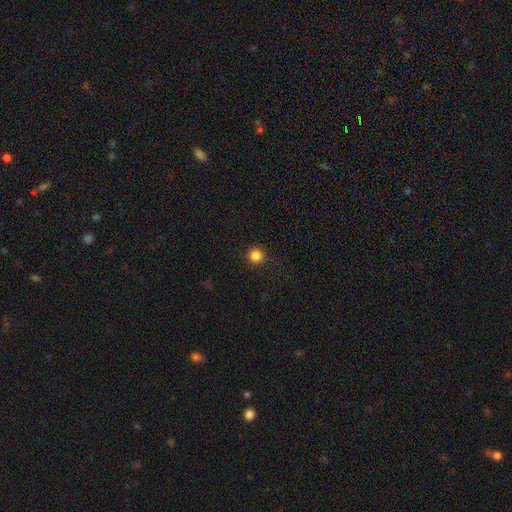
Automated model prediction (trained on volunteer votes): smooth-or-featured: smooth: 85% | star or artifact: 12% | featured or disk: 3%
  how-rounded: round: 94% | in between: 5% | cigar-shaped: 1%
  merging: none: 92% | minor disturbance: 5% | major disturbance: 2% | merger: 1%